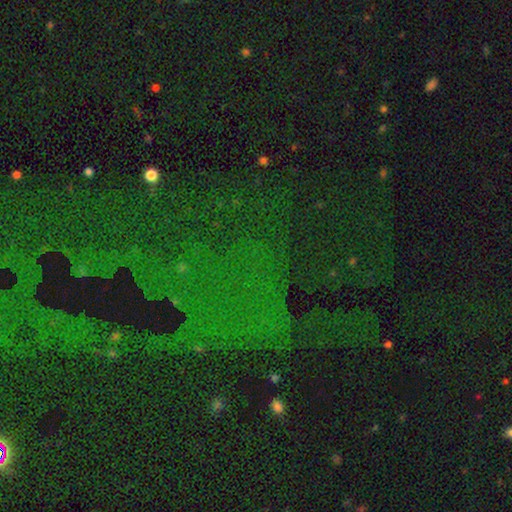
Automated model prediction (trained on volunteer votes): smooth-or-featured: star or artifact: 78% | featured or disk: 11% | smooth: 11%